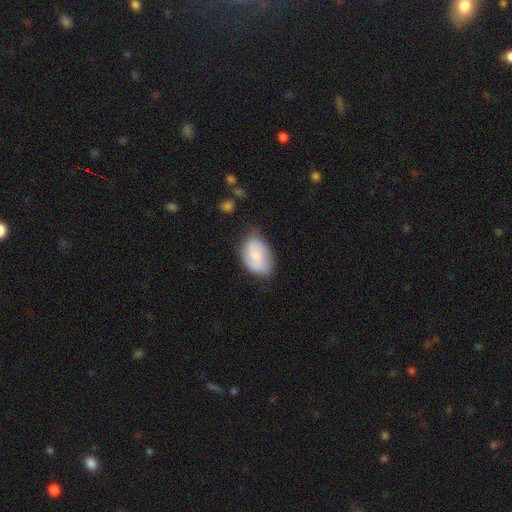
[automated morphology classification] type=smooth (67%); roundness=in between (89%); merging=none (61%).